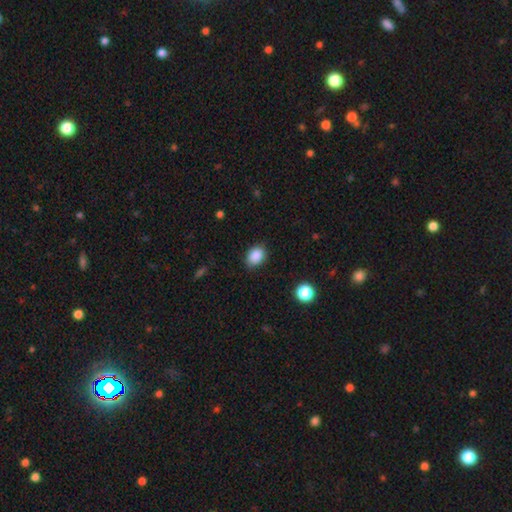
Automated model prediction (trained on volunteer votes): This appears to be a smooth galaxy with no disk features (88%) that is in between round and cigar-shaped (68%). Merging: none (82%).